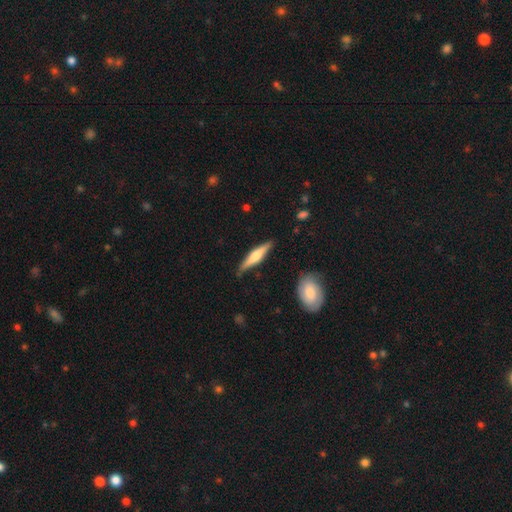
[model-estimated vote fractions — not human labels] The model was most divided on "smooth or featured": featured or disk: 54%, smooth: 41%, star or artifact: 5%. More confident: edge-on disk — yes (96%); merging — none (86%); edge-on bulge — rounded (80%).